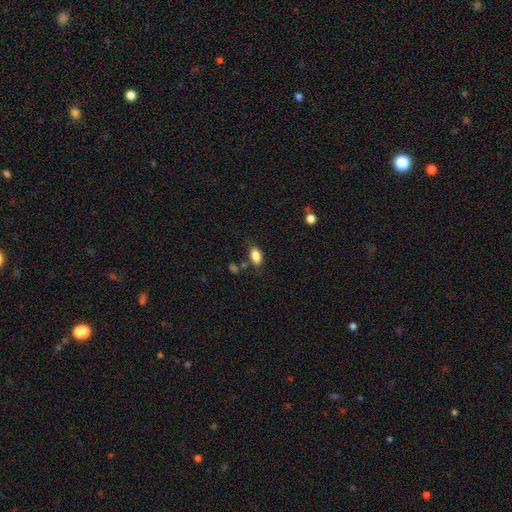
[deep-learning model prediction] Smooth or featured? smooth (85%)
How rounded? in between (89%)
Merging? none (74%)